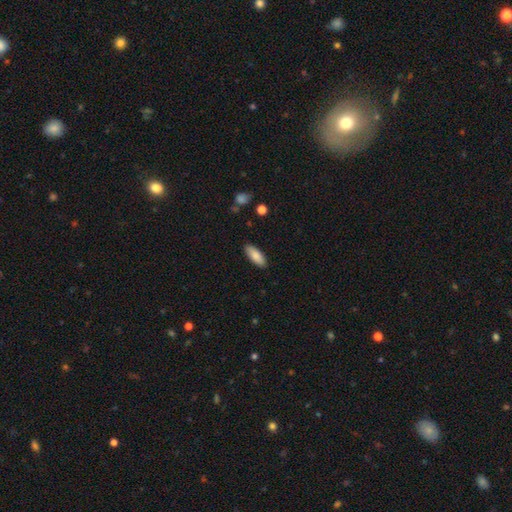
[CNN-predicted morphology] This is clearly a smooth galaxy (86%). How rounded: likely in between (75%). Merging: clearly none (88%).